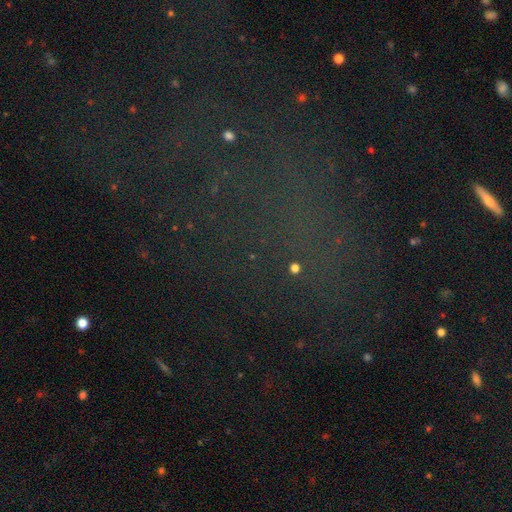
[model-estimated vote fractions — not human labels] A star or artifact, not a galaxy (59%).

Vote fractions:
- Smooth or featured? star or artifact: 59% / smooth: 22% / featured or disk: 19%